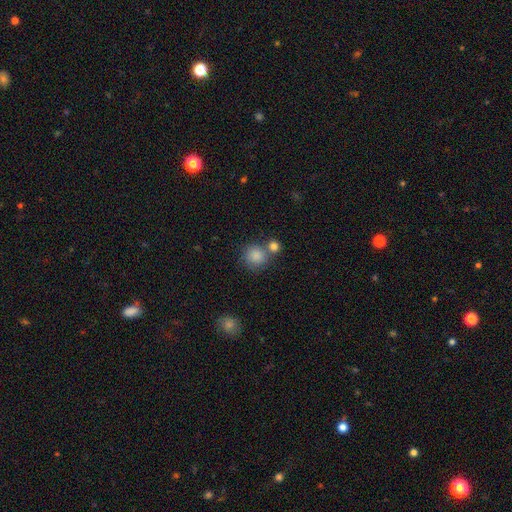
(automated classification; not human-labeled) A smooth galaxy with no disk features (85%) that is round (88%). Merging: none (59%).